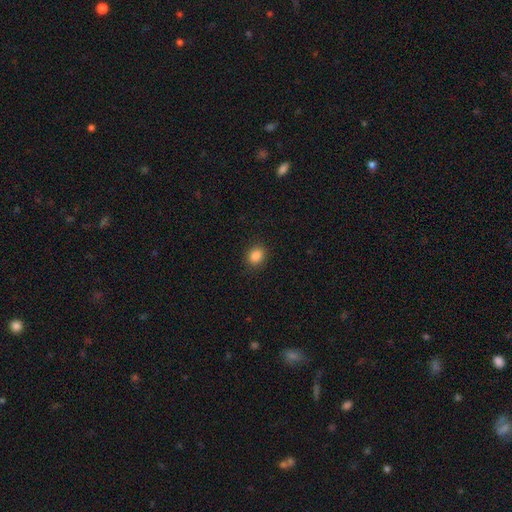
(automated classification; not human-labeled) smooth_or_featured: smooth (p=0.86) [alt: star or artifact p=0.10]
how_rounded: round (p=0.61) [alt: in between p=0.38]
merging: none (p=0.89) [alt: minor disturbance p=0.07]